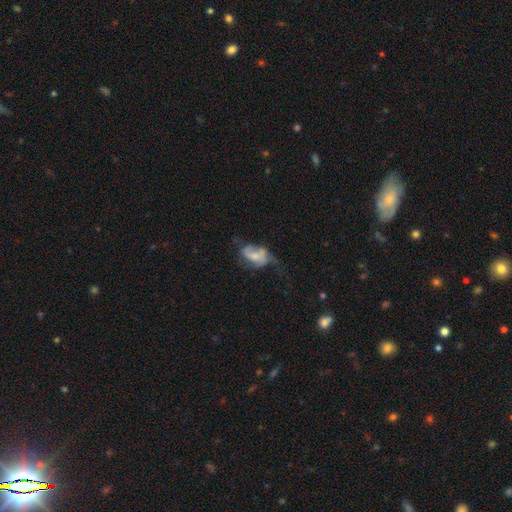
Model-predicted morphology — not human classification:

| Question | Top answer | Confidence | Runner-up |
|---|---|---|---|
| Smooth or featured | featured or disk | 51% | smooth (40%) |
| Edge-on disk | no | 96% | yes (4%) |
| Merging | major disturbance | 43% | minor disturbance (26%) |